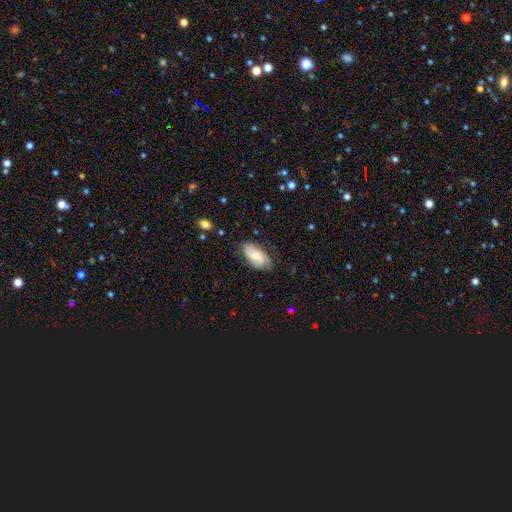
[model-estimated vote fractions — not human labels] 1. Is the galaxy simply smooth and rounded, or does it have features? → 54% smooth, 39% featured or disk, 7% star or artifact.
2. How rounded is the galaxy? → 92% in between, 4% cigar-shaped, 3% round.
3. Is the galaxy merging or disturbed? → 70% none, 23% minor disturbance, 5% major disturbance, 1% merger.